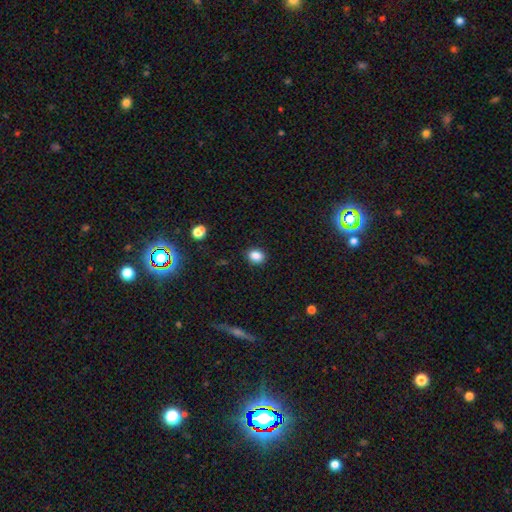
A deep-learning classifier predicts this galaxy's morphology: A smooth galaxy with no disk features (86%) that is round (52%).

Vote fractions:
- Smooth or featured? smooth: 86% / star or artifact: 10% / featured or disk: 4%
- How rounded? round: 52% / in between: 47% / cigar-shaped: 1%
- Merging? none: 89% / minor disturbance: 8% / major disturbance: 2% / merger: 1%